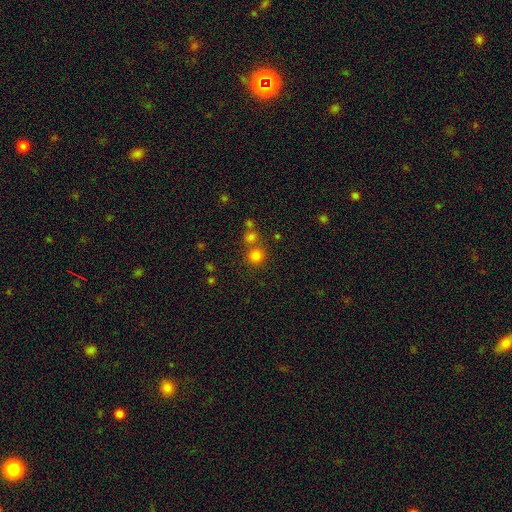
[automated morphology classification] Smooth or featured? smooth (77%)
How rounded? round (90%)
Merging? none (65%)